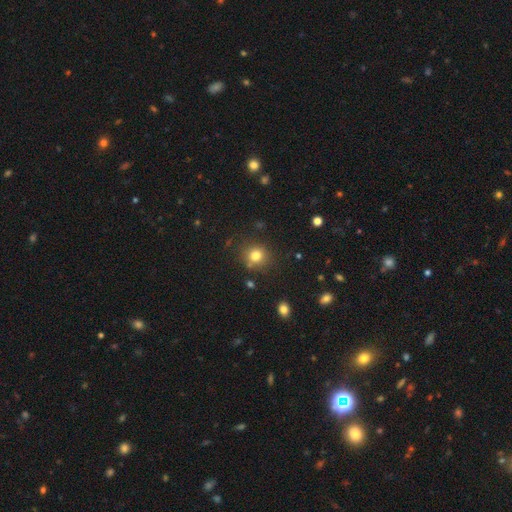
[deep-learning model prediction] Morphology: type=smooth (78%); roundness=round (84%); merging=none (81%).